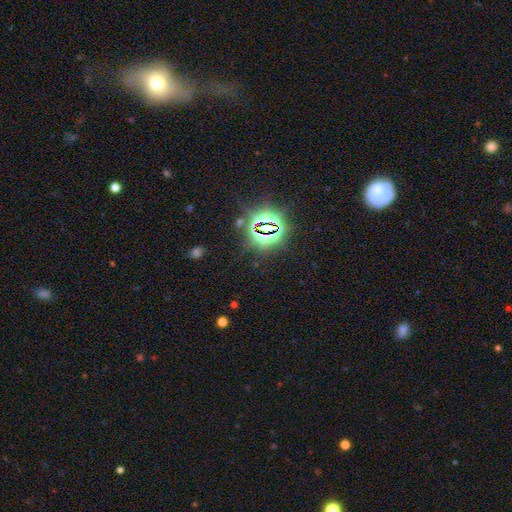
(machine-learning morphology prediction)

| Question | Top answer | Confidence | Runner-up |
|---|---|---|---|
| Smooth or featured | star or artifact | 77% | smooth (13%) |